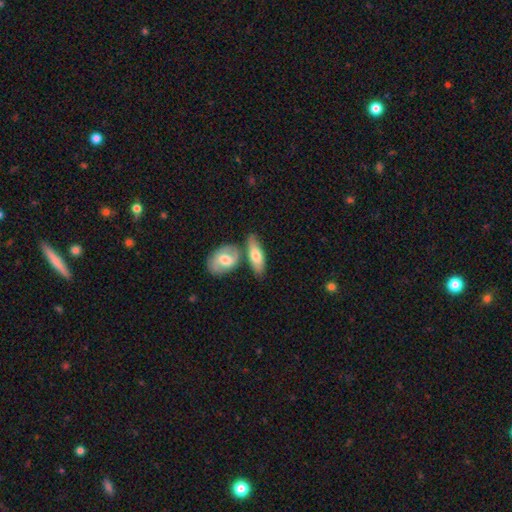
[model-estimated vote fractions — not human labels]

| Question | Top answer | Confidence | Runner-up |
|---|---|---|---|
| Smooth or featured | smooth | 67% | featured or disk (28%) |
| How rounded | in between | 74% | cigar-shaped (23%) |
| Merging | none | 53% | merger (28%) |